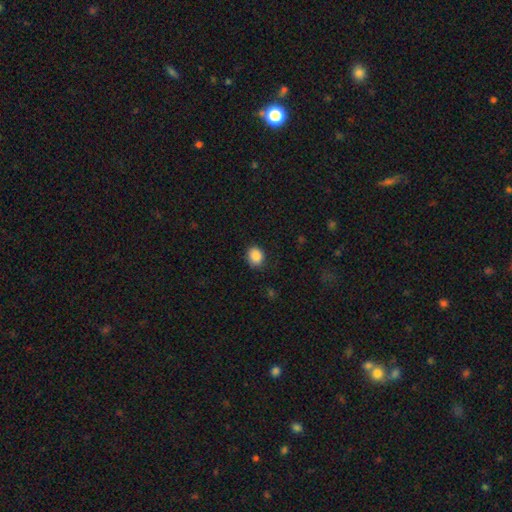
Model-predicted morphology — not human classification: This appears to be a smooth galaxy with no disk features (87%) that is round (62%). Merging: none (84%).